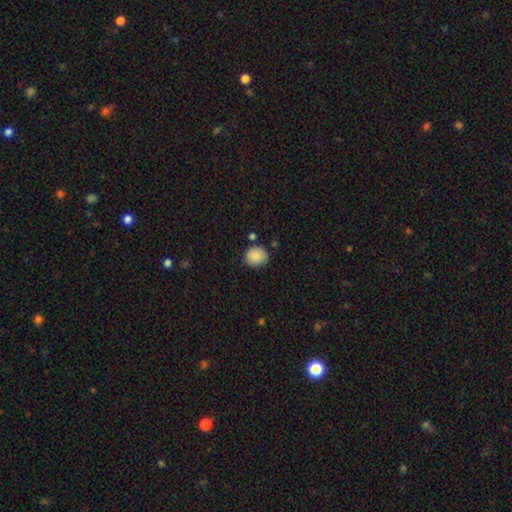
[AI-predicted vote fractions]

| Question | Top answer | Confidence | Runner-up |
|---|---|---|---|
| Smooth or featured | smooth | 88% | star or artifact (8%) |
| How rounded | round | 73% | in between (26%) |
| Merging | none | 81% | minor disturbance (12%) |